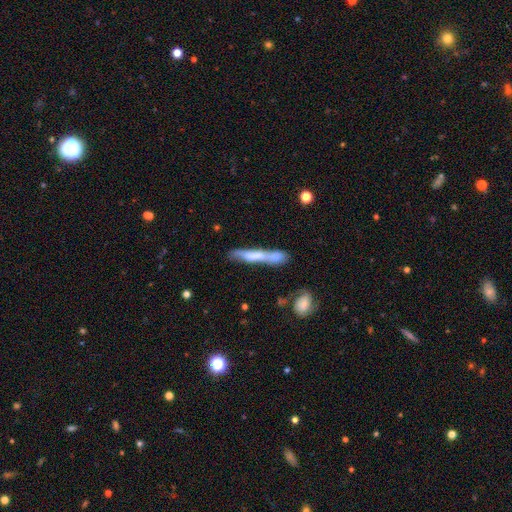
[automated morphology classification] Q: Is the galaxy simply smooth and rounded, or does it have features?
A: smooth — 56%.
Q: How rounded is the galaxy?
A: cigar-shaped — 91%.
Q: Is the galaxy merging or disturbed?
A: none — 47%.